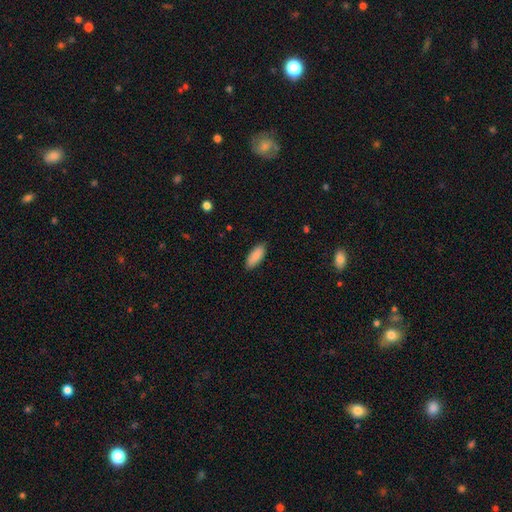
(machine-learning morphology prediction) Smooth or featured: smooth — 89% (star or artifact — 6%)
How rounded: in between — 80% (cigar-shaped — 19%)
Merging: none — 86% (minor disturbance — 11%)